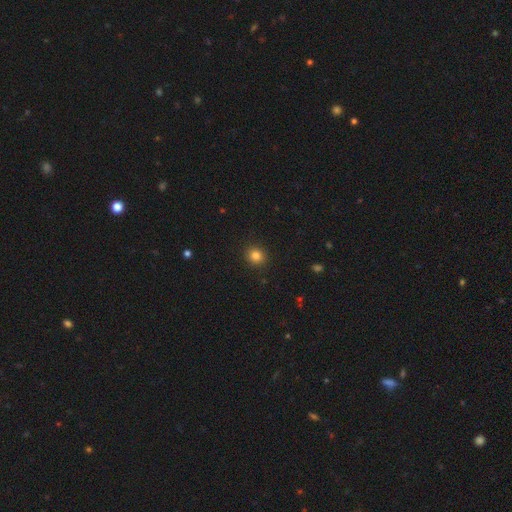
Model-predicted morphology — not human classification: smooth_or_featured: smooth (p=0.82) [alt: star or artifact p=0.12]
how_rounded: round (p=0.88) [alt: in between p=0.11]
merging: none (p=0.92) [alt: minor disturbance p=0.05]